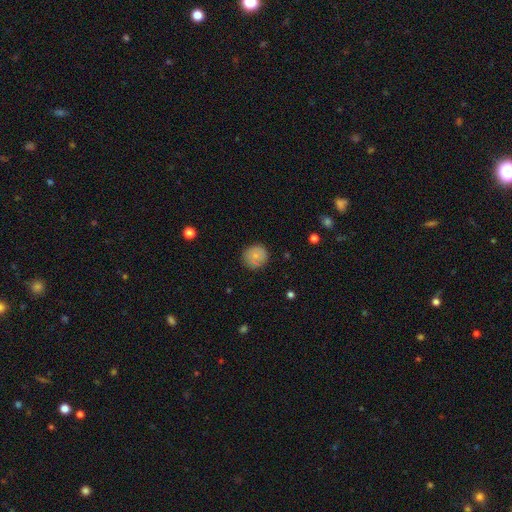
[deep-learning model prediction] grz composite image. It shows a smooth galaxy with no disk features (78%) that is round (92%). Merging: none (84%).